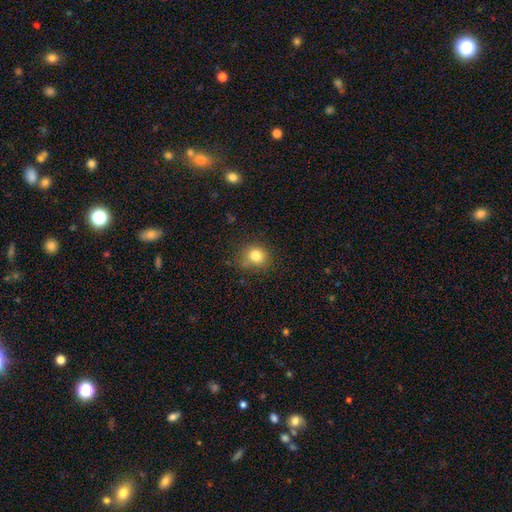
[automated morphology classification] smooth_or_featured: smooth (p=0.81) [alt: star or artifact p=0.12]
how_rounded: round (p=0.78) [alt: in between p=0.21]
merging: none (p=0.69) [alt: minor disturbance p=0.21]